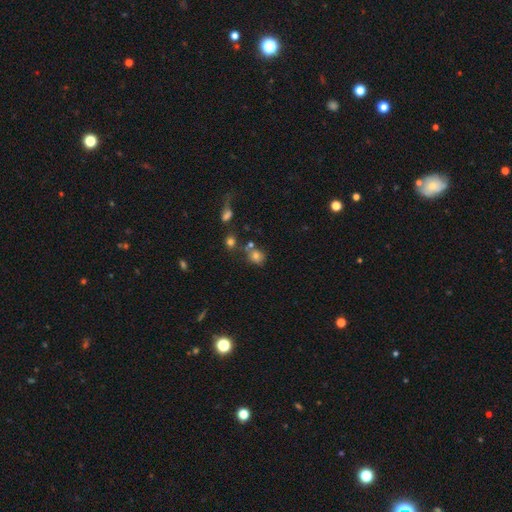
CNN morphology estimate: This is likely a smooth galaxy (71%). How rounded: likely round (67%). Merging: possibly none (55%).